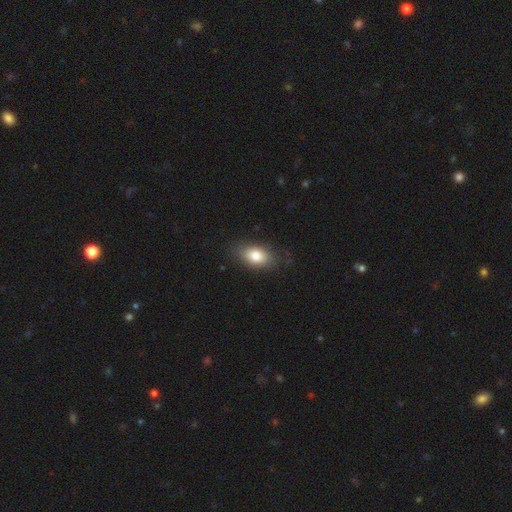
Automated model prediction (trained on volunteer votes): A smooth galaxy with no disk features (82%) that is in between round and cigar-shaped (88%). Merging: none (80%).